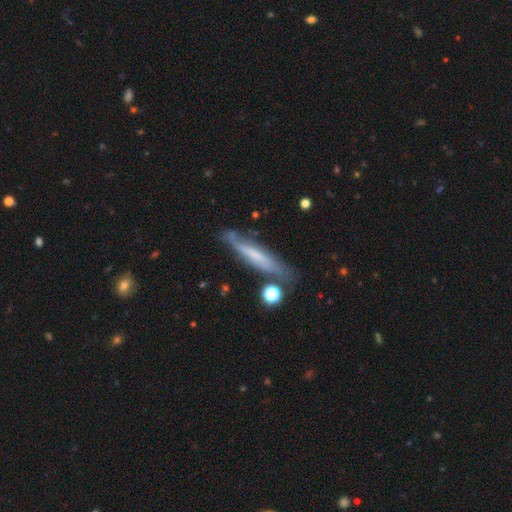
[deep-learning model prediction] Morphology: type=featured or disk (52%); edge-on=yes (77%); merging=none (69%).